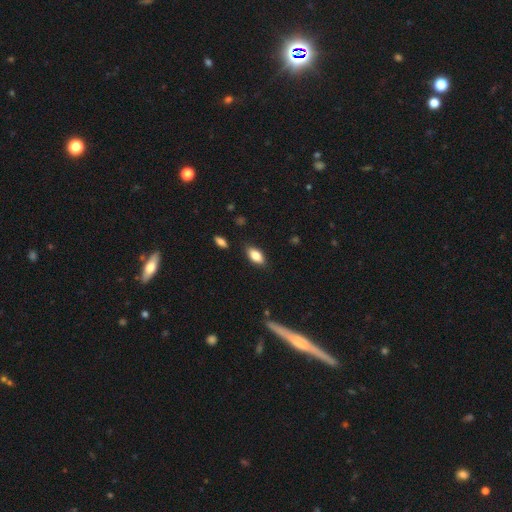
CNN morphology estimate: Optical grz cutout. It shows a smooth galaxy with no disk features (81%) that is in between round and cigar-shaped (89%). Merging: none (86%).